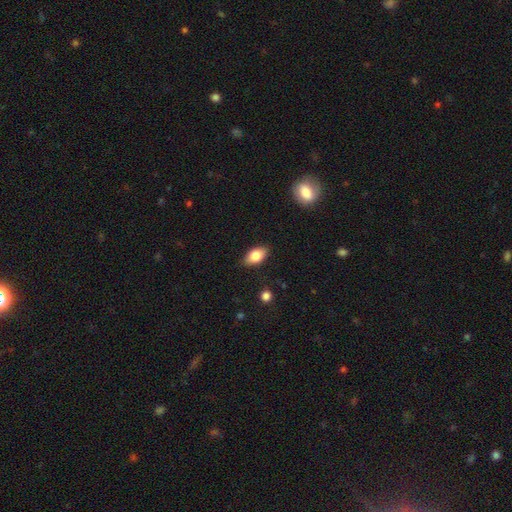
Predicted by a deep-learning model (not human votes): This appears to be a smooth galaxy with no disk features (78%) that is in between round and cigar-shaped (89%). Merging: none (85%).